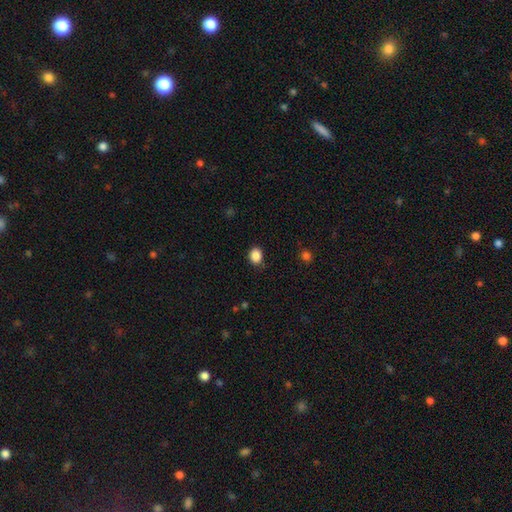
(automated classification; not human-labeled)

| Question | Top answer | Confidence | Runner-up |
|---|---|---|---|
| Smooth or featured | smooth | 87% | star or artifact (9%) |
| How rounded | round | 53% | in between (46%) |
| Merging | none | 84% | minor disturbance (12%) |